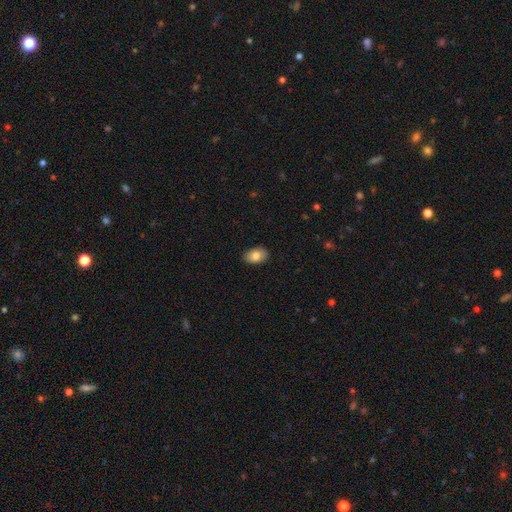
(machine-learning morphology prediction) Q: Smooth or featured?
A: smooth (82%); runner-up: featured or disk (10%)
Q: How rounded?
A: in between (89%); runner-up: round (10%)
Q: Merging?
A: none (87%); runner-up: minor disturbance (10%)